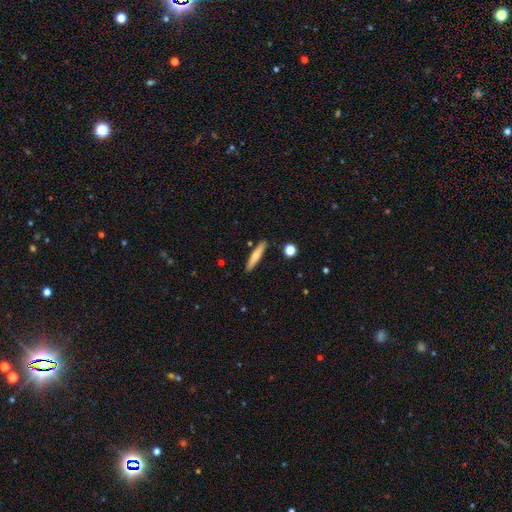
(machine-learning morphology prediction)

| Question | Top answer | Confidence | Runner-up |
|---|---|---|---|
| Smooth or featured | smooth | 63% | featured or disk (31%) |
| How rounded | cigar-shaped | 89% | in between (9%) |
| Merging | none | 87% | minor disturbance (8%) |